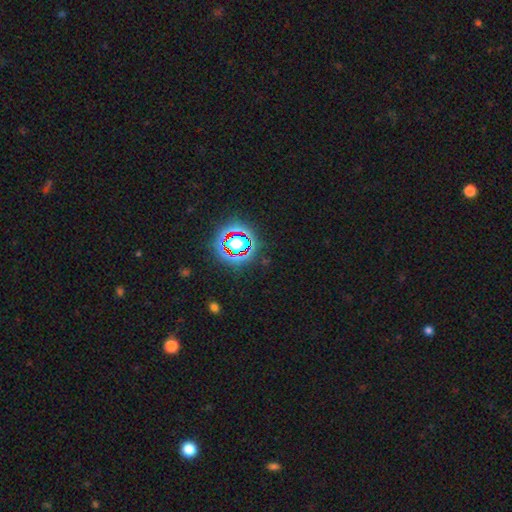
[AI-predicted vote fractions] Morphology: type=star or artifact (79%).